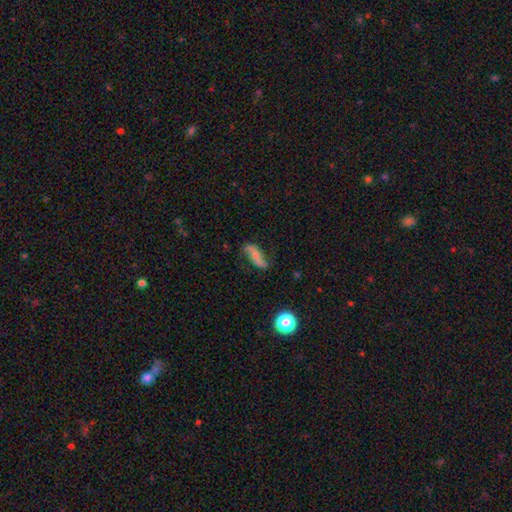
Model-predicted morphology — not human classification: Smooth or featured? Predicted: featured or disk (p=0.61). Edge-on disk? Predicted: no (p=0.89). Bar? Predicted: no (p=0.56). Spiral arms? Predicted: yes (p=0.89). Bulge size? Predicted: small (p=0.54). Merging? Predicted: none (p=0.70).